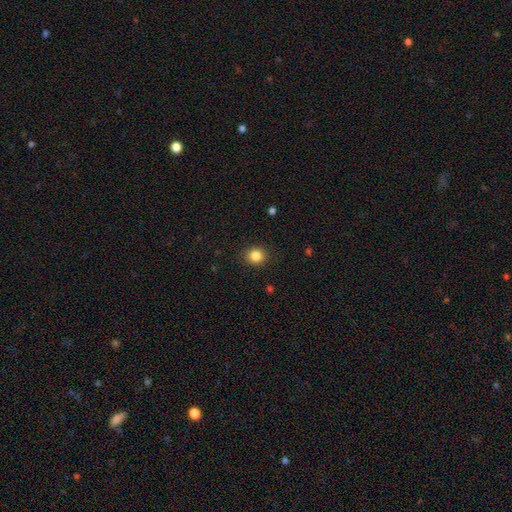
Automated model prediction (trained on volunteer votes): Overall: smooth (85%). How rounded: round (81%). Merging: none (89%).